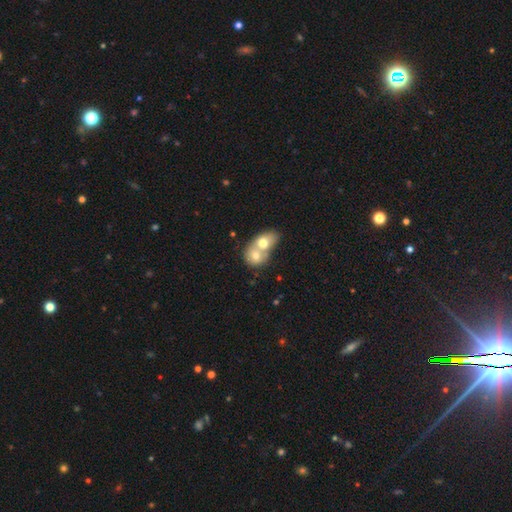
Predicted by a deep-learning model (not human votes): A smooth galaxy with no disk features (67%) that is in between round and cigar-shaped (54%). Merging: merger (80%).